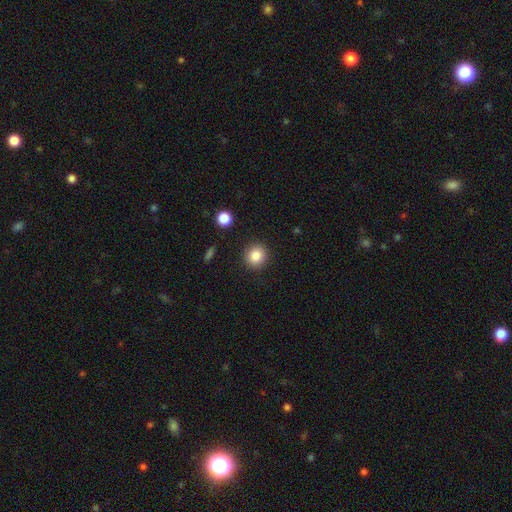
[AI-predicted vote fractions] A smooth galaxy with no disk features (85%) that is round (89%).

Vote fractions:
- Smooth or featured? smooth: 85% / star or artifact: 9% / featured or disk: 5%
- How rounded? round: 89% / in between: 10% / cigar-shaped: 1%
- Merging? none: 90% / minor disturbance: 6% / major disturbance: 2% / merger: 2%